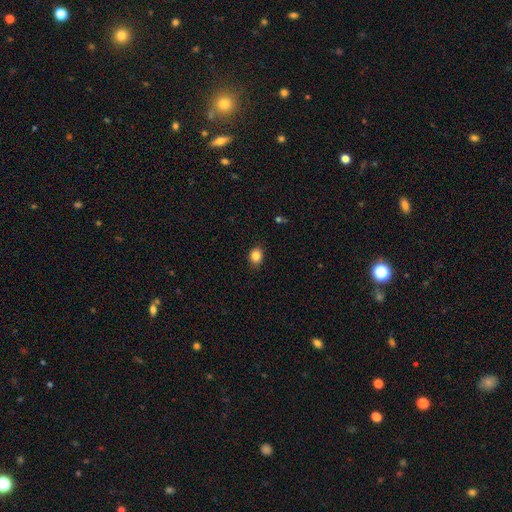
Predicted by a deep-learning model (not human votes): Q: Smooth or featured?
A: smooth (85%); runner-up: star or artifact (10%)
Q: How rounded?
A: round (57%); runner-up: in between (42%)
Q: Merging?
A: none (87%); runner-up: minor disturbance (10%)